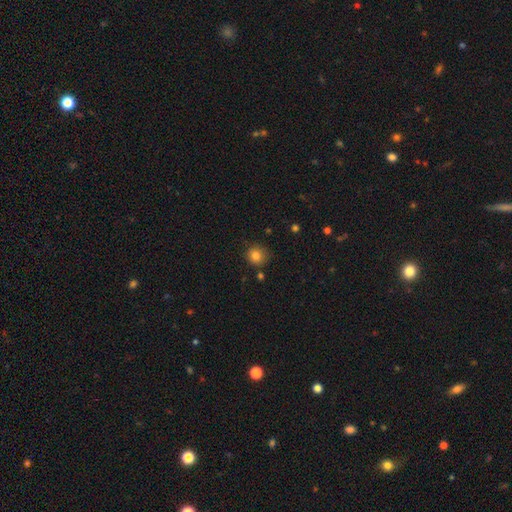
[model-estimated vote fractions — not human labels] This is clearly a smooth galaxy (82%). How rounded: clearly round (87%). Merging: clearly none (81%).